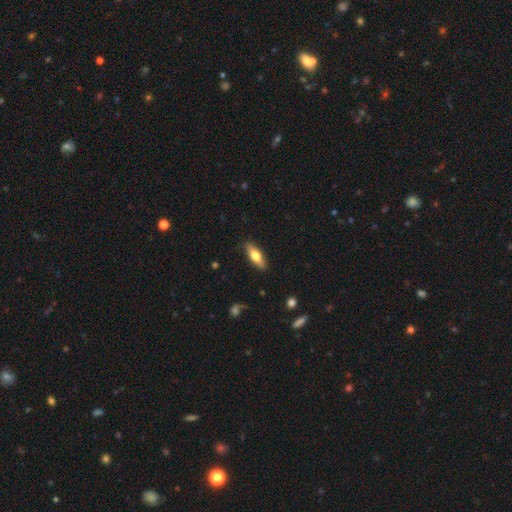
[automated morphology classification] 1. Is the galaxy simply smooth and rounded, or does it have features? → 56% smooth, 38% featured or disk, 6% star or artifact.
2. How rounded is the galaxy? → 52% in between, 45% cigar-shaped, 2% round.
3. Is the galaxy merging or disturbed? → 88% none, 9% minor disturbance, 2% major disturbance, 1% merger.